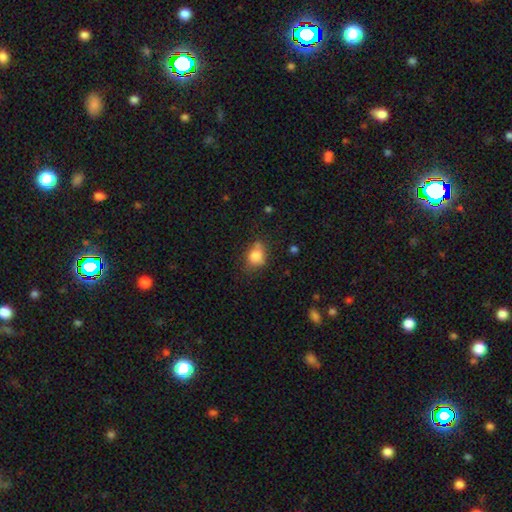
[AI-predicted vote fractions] smooth_or_featured: smooth (p=0.81) [alt: star or artifact p=0.10]
how_rounded: in between (p=0.51) [alt: round p=0.48]
merging: none (p=0.57) [alt: minor disturbance p=0.28]